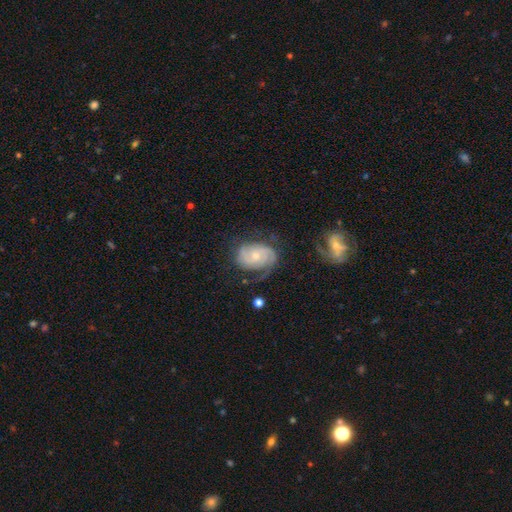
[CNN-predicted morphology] Smooth or featured? Predicted: featured or disk (p=0.81). Edge-on disk? Predicted: no (p=0.97). Bar? Predicted: no (p=0.67). Spiral arms? Predicted: yes (p=0.96). Spiral winding? Predicted: tight (p=0.50). Spiral arm count? Predicted: 2 (p=0.57). Bulge size? Predicted: small (p=0.56). Merging? Predicted: none (p=0.61).